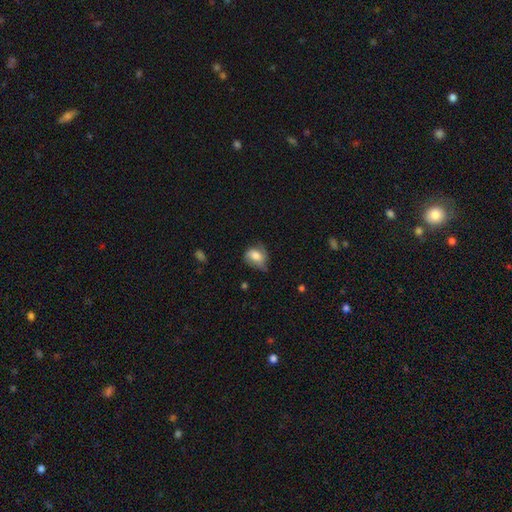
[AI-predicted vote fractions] Smooth or featured: smooth — 68% (featured or disk — 24%)
How rounded: in between — 52% (round — 47%)
Merging: none — 42% (minor disturbance — 38%)